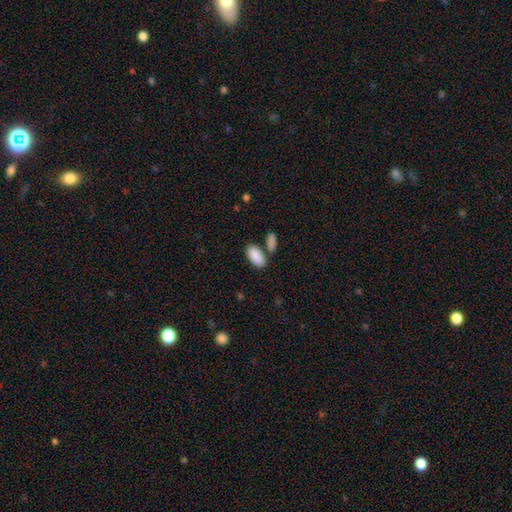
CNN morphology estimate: A smooth galaxy with no disk features (90%) that is in between round and cigar-shaped (94%).

Vote fractions:
- Smooth or featured? smooth: 90% / star or artifact: 6% / featured or disk: 4%
- How rounded? in between: 94% / cigar-shaped: 4% / round: 2%
- Merging? none: 69% / merger: 17% / minor disturbance: 11% / major disturbance: 3%